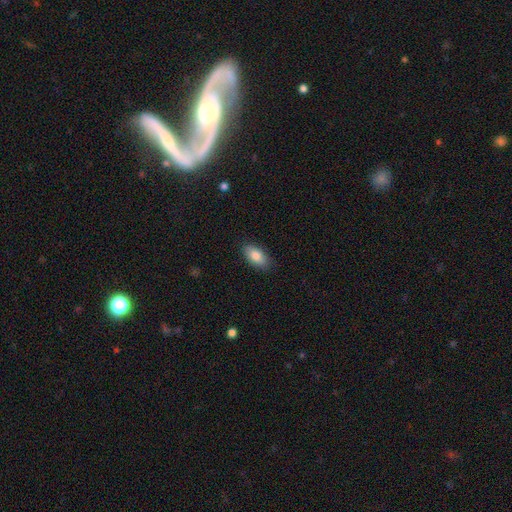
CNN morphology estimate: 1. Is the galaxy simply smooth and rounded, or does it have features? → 83% smooth, 10% featured or disk, 7% star or artifact.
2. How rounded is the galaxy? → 92% in between, 4% cigar-shaped, 3% round.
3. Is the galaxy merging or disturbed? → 86% none, 11% minor disturbance, 2% major disturbance, 1% merger.